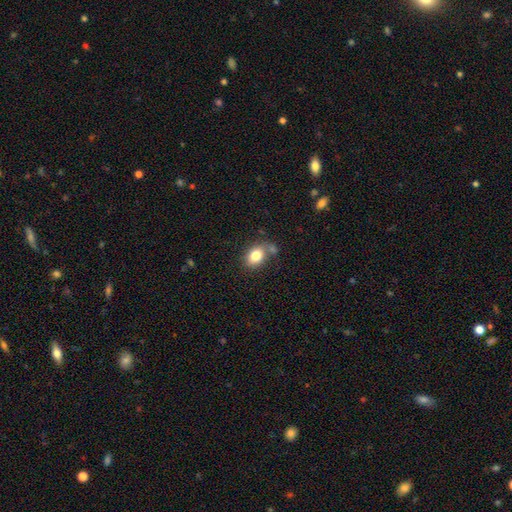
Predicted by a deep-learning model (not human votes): Smooth or featured? smooth (81%)
How rounded? in between (73%)
Merging? none (60%)